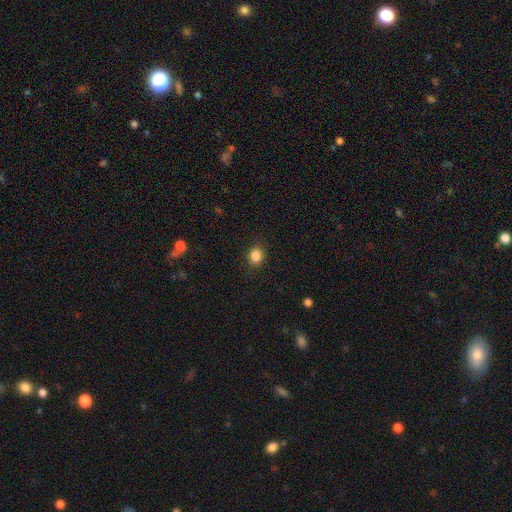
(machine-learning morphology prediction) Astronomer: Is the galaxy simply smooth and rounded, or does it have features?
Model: smooth — 85%.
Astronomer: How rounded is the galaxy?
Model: round — 57% (runner-up: in between, 42%).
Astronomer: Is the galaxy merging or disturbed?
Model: none — 88%.